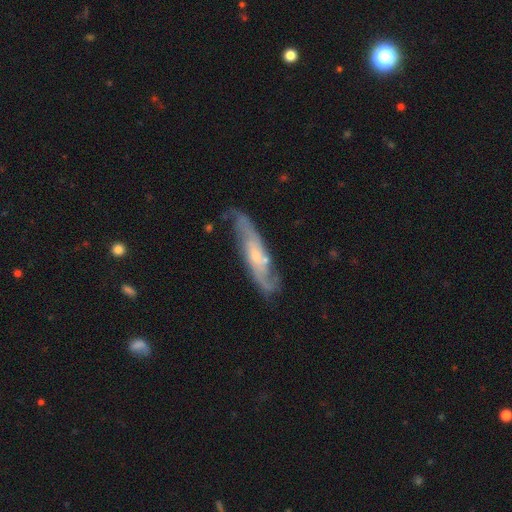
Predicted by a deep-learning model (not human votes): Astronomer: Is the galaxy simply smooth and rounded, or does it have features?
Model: featured or disk — 78%.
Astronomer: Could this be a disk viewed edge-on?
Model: no — 68%.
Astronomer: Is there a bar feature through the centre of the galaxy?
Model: no — 59%.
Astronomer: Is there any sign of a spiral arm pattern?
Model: yes — 92%.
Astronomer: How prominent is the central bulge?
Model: small — 65%.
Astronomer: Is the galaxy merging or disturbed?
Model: none — 70%.